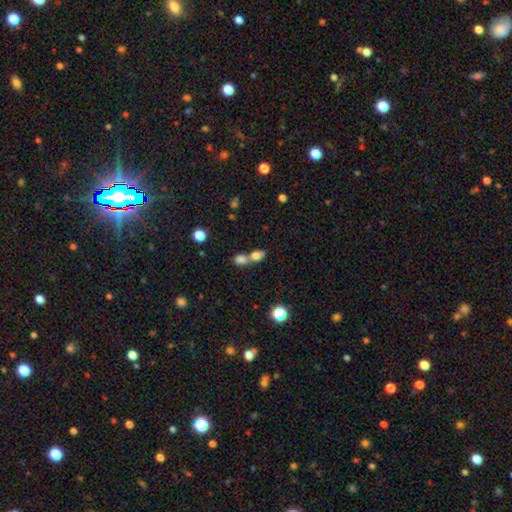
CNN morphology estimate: type=smooth (78%); roundness=in between (58%); merging=merger (65%).